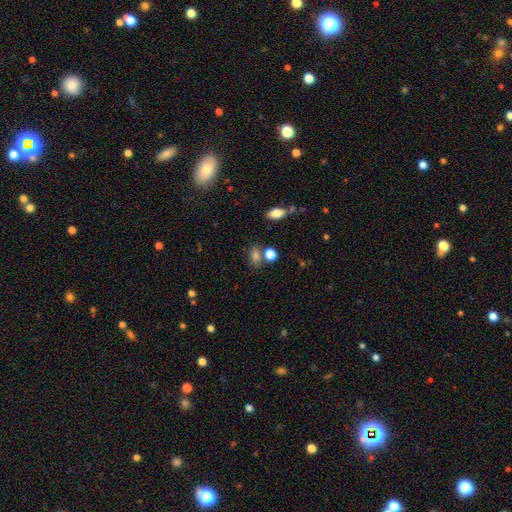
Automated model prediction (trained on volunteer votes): Smooth or featured? Predicted: smooth (p=0.79). How rounded? Predicted: in between (p=0.69). Merging? Predicted: none (p=0.61).